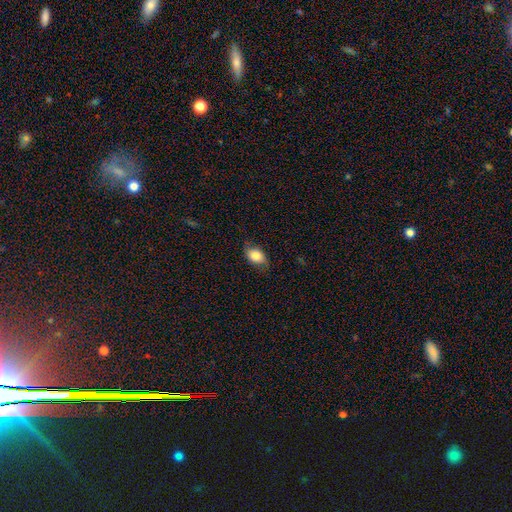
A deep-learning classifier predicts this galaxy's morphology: This appears to be a smooth galaxy with no disk features (80%) that is in between round and cigar-shaped (84%). Merging: none (74%).